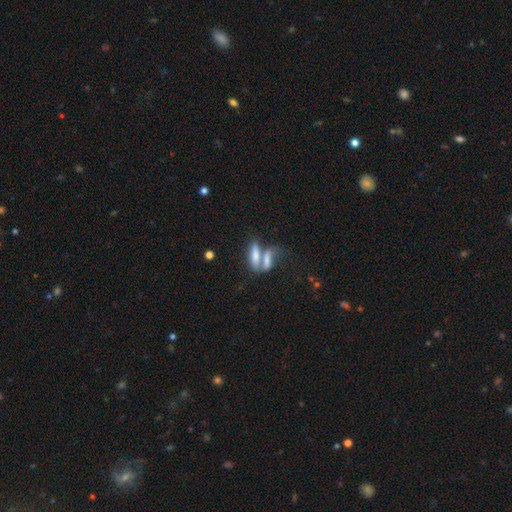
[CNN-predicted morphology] A smooth galaxy with no disk features (63%) that is cigar-shaped (51%).

Vote fractions:
- Smooth or featured? smooth: 63% / featured or disk: 28% / star or artifact: 9%
- How rounded? cigar-shaped: 51% / in between: 45% / round: 4%
- Merging? merger: 58% / none: 27% / minor disturbance: 8% / major disturbance: 6%